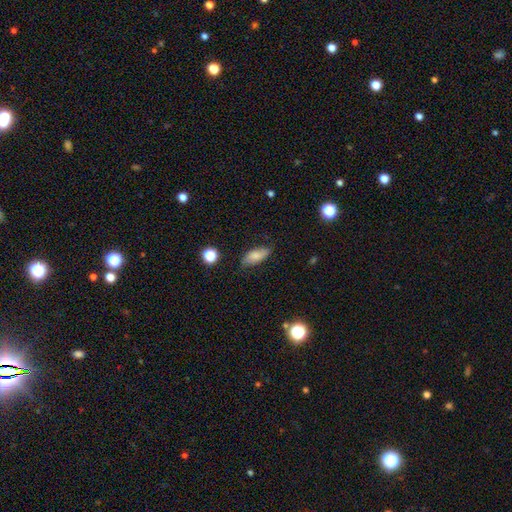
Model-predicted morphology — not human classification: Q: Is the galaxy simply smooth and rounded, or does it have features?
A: smooth — 77%.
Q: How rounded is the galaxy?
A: in between — 81%.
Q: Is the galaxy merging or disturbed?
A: none — 75%.